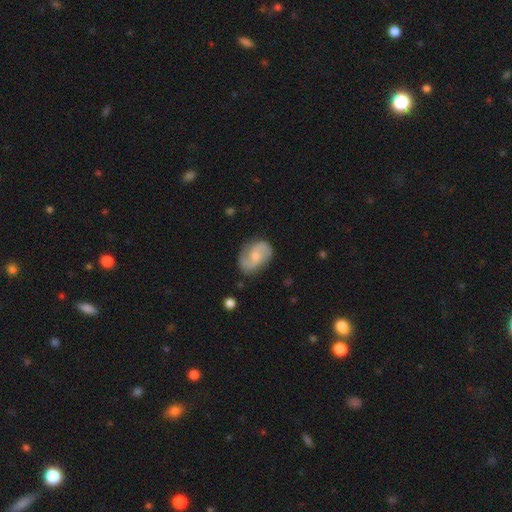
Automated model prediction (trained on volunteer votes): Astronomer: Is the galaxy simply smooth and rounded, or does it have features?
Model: featured or disk — 69%.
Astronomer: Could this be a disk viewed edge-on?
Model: no — 97%.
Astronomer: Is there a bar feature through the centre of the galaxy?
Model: no — 49% (runner-up: weak, 44%).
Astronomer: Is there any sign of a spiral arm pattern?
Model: yes — 93%.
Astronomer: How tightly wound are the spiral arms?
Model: medium — 44% (runner-up: loose, 41%).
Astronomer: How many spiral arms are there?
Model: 2 — 90%.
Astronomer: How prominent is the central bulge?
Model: small — 46% (runner-up: moderate, 42%).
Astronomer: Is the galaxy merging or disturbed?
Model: none — 78%.